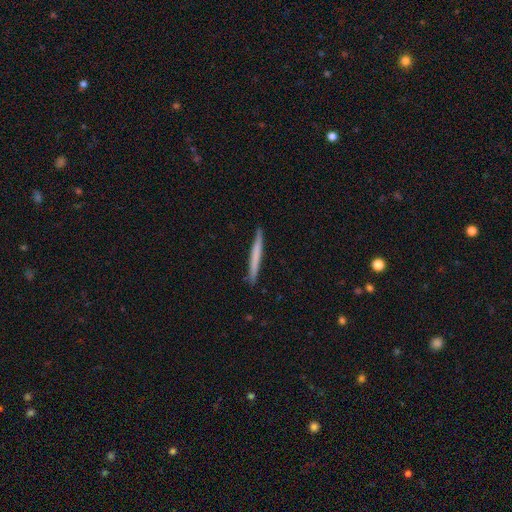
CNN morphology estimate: A smooth galaxy with no disk features (63%) that is cigar-shaped (97%).

Vote fractions:
- Smooth or featured? smooth: 63% / featured or disk: 32% / star or artifact: 5%
- How rounded? cigar-shaped: 97% / in between: 2% / round: 1%
- Merging? none: 91% / minor disturbance: 6% / major disturbance: 1% / merger: 1%